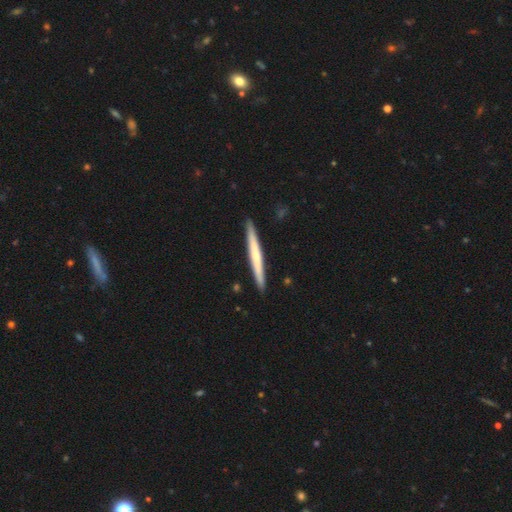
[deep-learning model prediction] A smooth galaxy with no disk features (49%). Merging: none (92%).